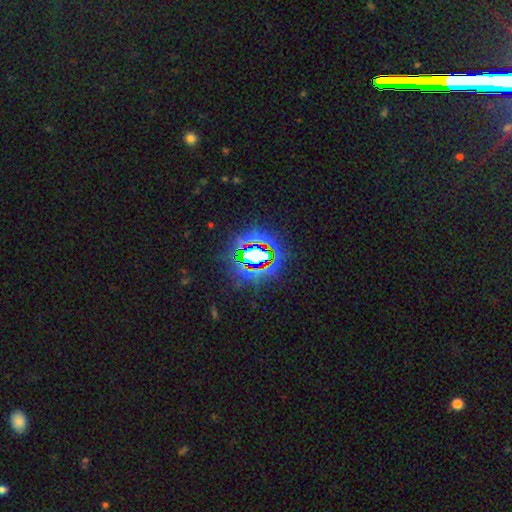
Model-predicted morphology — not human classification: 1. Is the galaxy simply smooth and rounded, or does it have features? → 74% star or artifact, 14% smooth, 12% featured or disk.